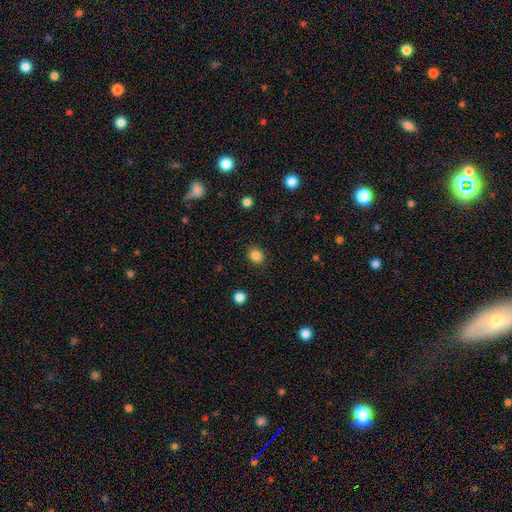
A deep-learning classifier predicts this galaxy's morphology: type=smooth (85%); roundness=round (62%); merging=none (87%).